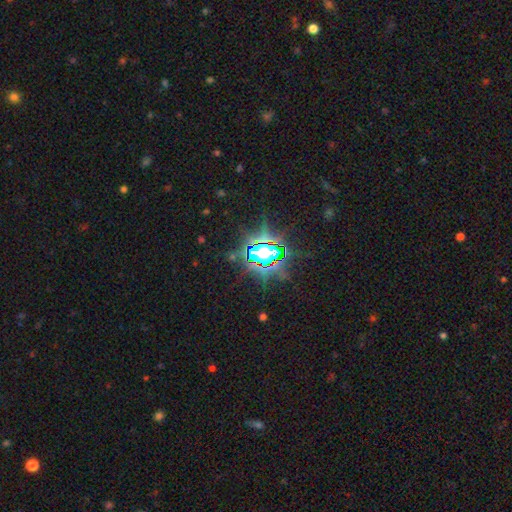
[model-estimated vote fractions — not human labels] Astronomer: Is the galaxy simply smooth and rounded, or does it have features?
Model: star or artifact — 82%.